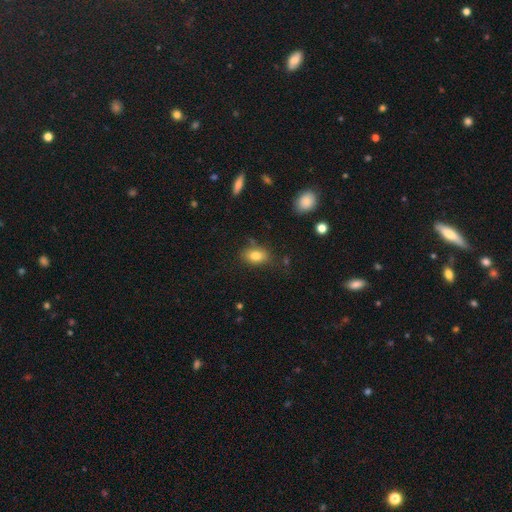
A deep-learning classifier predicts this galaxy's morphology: smooth_or_featured: smooth (p=0.82) [alt: star or artifact p=0.09]
how_rounded: in between (p=0.83) [alt: round p=0.15]
merging: none (p=0.75) [alt: minor disturbance p=0.17]